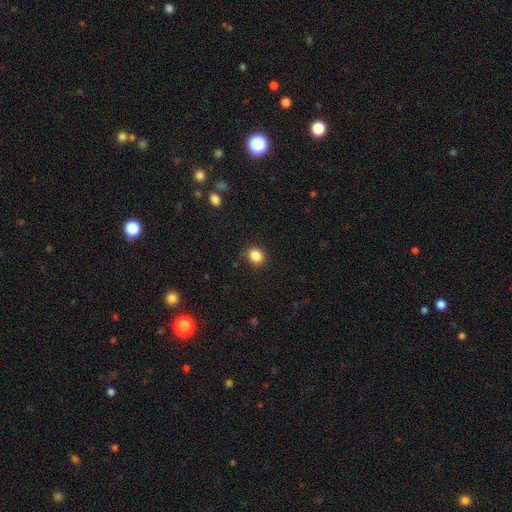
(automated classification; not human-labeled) This is clearly a smooth galaxy (86%). How rounded: likely round (69%). Merging: clearly none (83%).